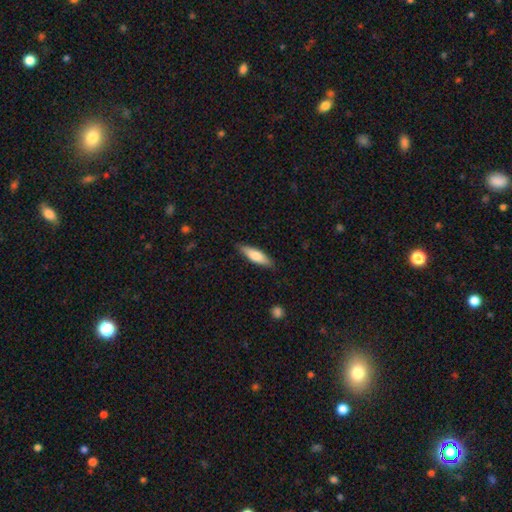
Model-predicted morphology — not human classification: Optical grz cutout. It shows a smooth galaxy with no disk features (74%) that is cigar-shaped (60%). Merging: none (85%).